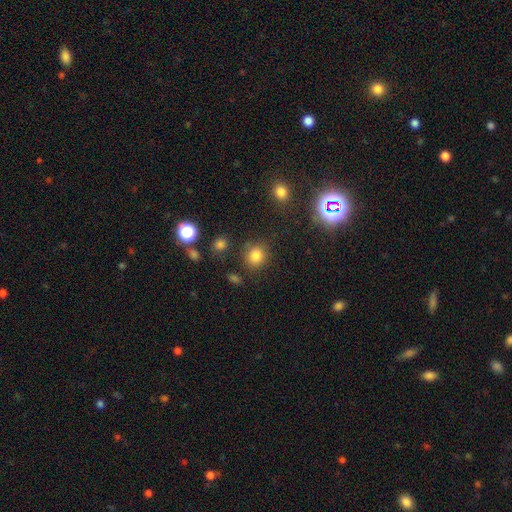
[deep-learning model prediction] The model was most divided on "how rounded": round: 81%, in between: 18%, cigar-shaped: 1%. More confident: merging — none (82%); smooth or featured — smooth (81%).